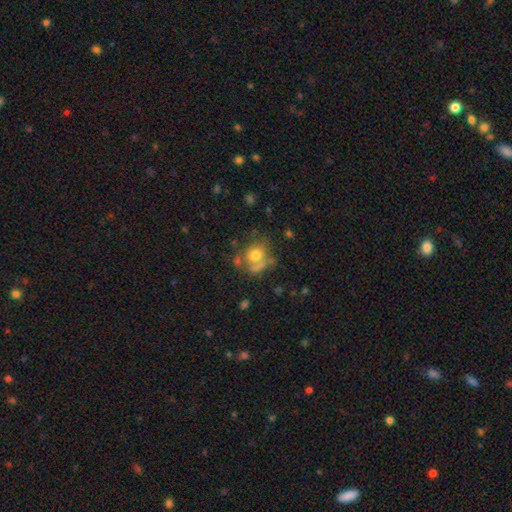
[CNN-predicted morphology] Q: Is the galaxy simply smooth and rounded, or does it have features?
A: smooth — 66%.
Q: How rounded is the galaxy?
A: round — 66%.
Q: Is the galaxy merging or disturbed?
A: none — 47%.